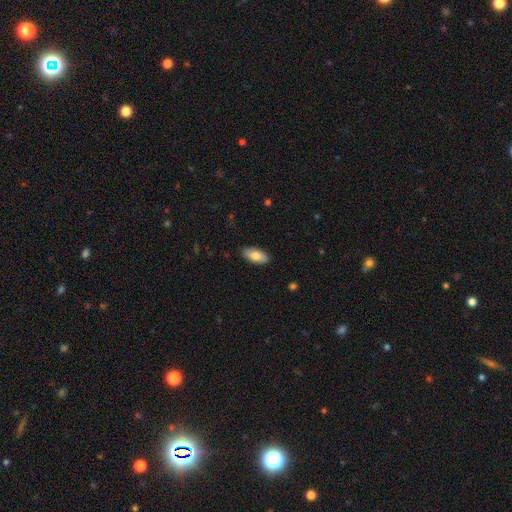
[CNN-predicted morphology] Smooth or featured? smooth (78%)
How rounded? in between (90%)
Merging? none (88%)